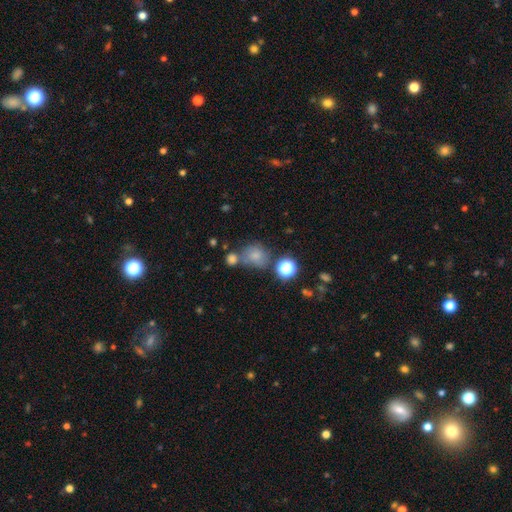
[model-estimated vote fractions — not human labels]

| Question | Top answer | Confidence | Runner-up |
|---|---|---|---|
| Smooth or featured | smooth | 73% | star or artifact (16%) |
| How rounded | round | 72% | in between (27%) |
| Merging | none | 47% | merger (27%) |